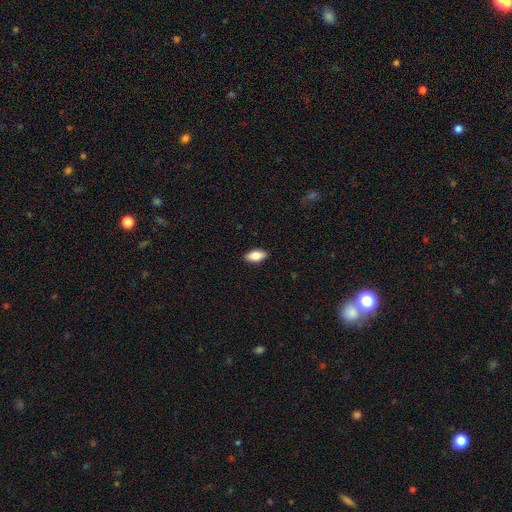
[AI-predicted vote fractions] Smooth or featured: smooth — 83% (featured or disk — 10%)
How rounded: in between — 89% (cigar-shaped — 9%)
Merging: none — 89% (minor disturbance — 8%)